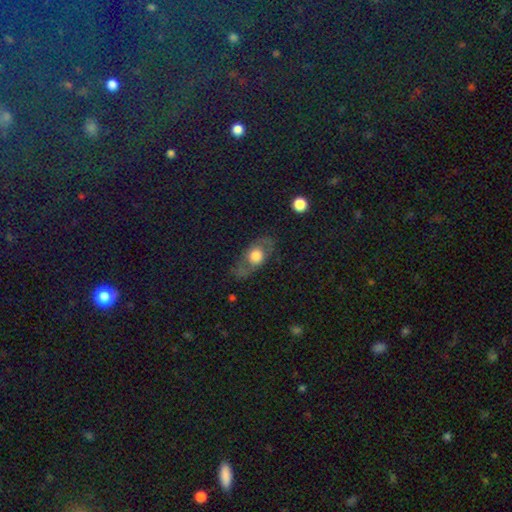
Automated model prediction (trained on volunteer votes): This appears to be a smooth galaxy with no disk features (51%) that is in between round and cigar-shaped (62%). Merging: none (68%).